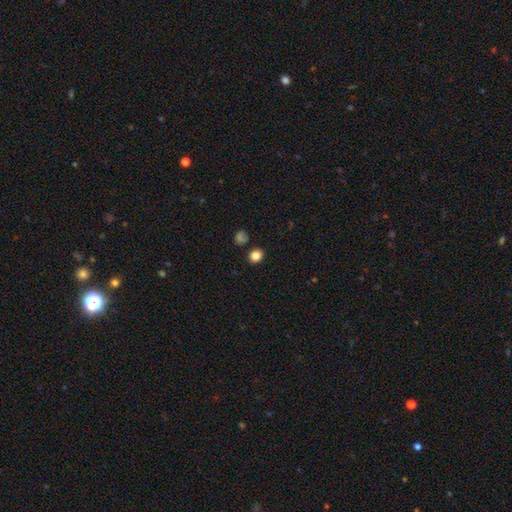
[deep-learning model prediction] Overall: smooth (83%). How rounded: round (70%). Merging: none (85%).